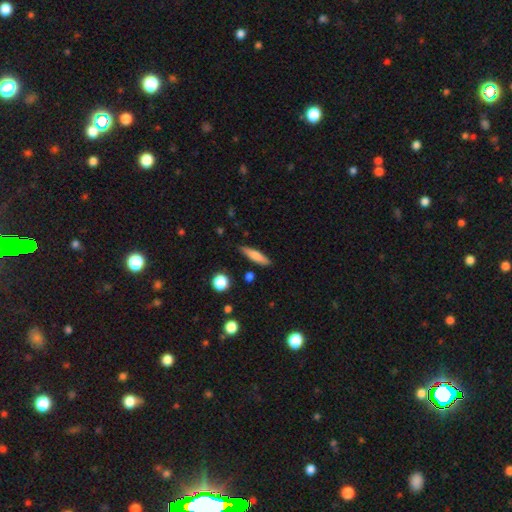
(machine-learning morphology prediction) Smooth or featured?
  - smooth: 76% *
  - featured or disk: 17%
  - star or artifact: 7%
How rounded?
  - cigar-shaped: 77% *
  - in between: 21%
  - round: 2%
Merging?
  - none: 84% *
  - minor disturbance: 11%
  - major disturbance: 2%
  - merger: 2%